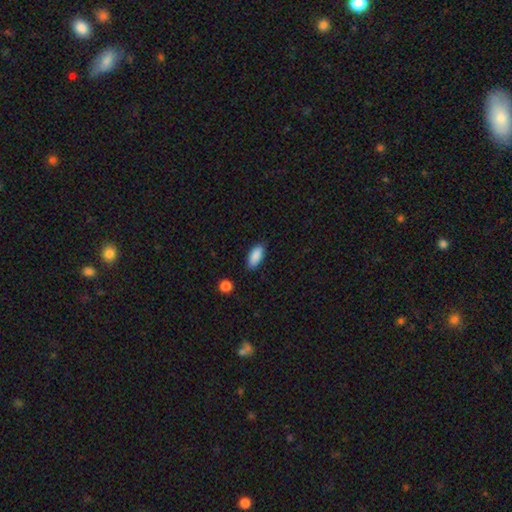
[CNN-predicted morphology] type=smooth (88%); roundness=in between (83%); merging=none (83%).